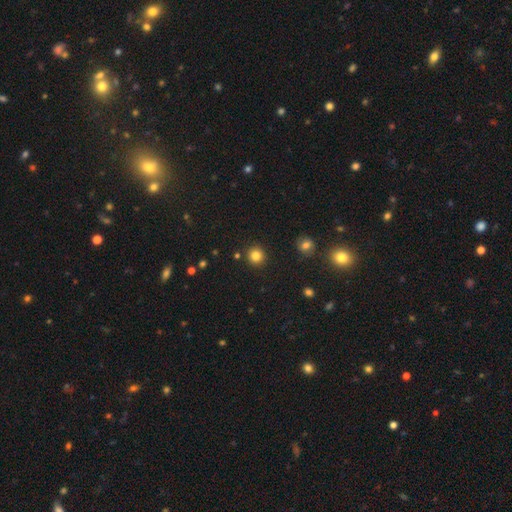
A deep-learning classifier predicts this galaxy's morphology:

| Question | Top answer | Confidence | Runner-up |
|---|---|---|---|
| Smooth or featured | smooth | 83% | star or artifact (12%) |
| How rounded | round | 93% | in between (6%) |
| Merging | none | 91% | minor disturbance (5%) |